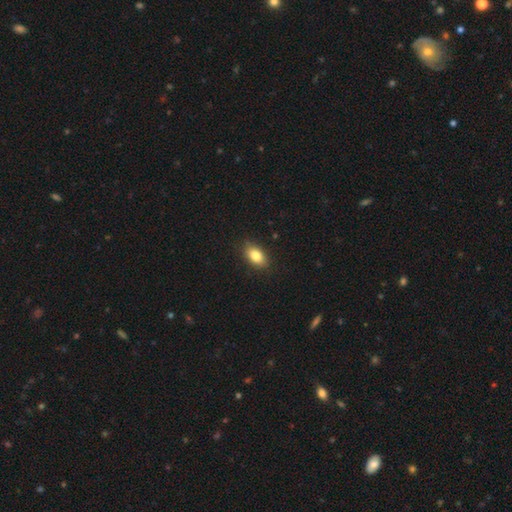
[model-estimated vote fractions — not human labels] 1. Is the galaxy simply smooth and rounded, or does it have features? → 84% smooth, 8% featured or disk, 8% star or artifact.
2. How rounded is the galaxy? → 89% in between, 8% round, 3% cigar-shaped.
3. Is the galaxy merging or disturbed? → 87% none, 10% minor disturbance, 2% major disturbance, 1% merger.